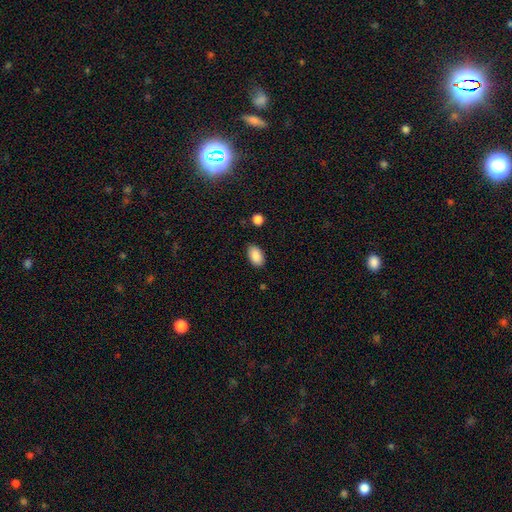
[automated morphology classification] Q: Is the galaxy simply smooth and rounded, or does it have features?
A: smooth — 88%.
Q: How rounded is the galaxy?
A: in between — 93%.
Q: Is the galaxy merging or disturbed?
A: none — 85%.